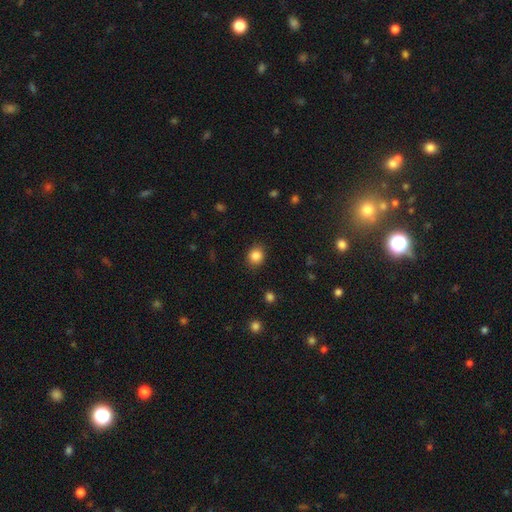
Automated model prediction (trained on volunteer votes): This is clearly a smooth galaxy (85%). How rounded: likely round (75%). Merging: clearly none (87%).